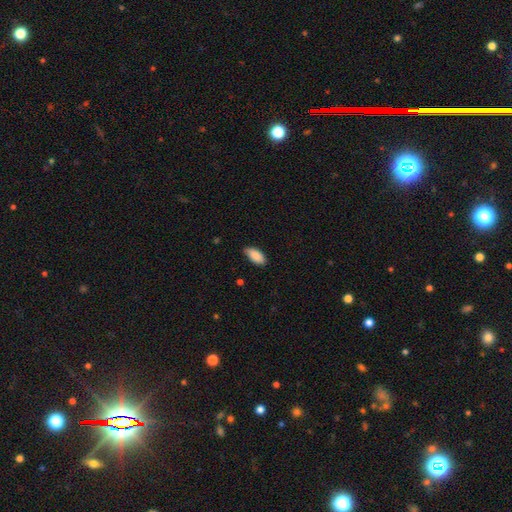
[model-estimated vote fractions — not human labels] smooth_or_featured: smooth (p=0.88) [alt: star or artifact p=0.06]
how_rounded: in between (p=0.92) [alt: cigar-shaped p=0.07]
merging: none (p=0.76) [alt: minor disturbance p=0.20]